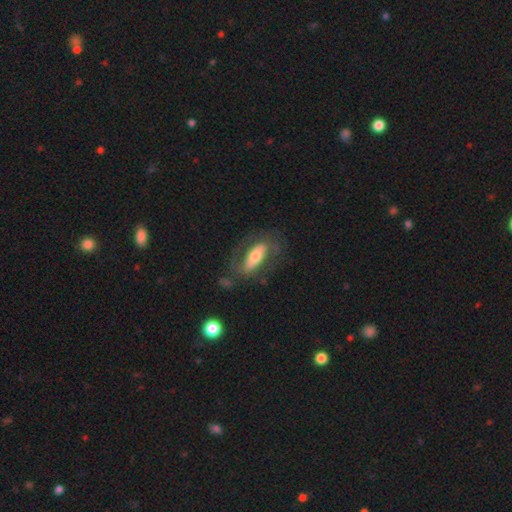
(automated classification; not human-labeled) smooth_or_featured: featured or disk (p=0.56) [alt: smooth p=0.37]
disk_edge_on: no (p=0.80) [alt: yes p=0.20]
merging: none (p=0.61) [alt: minor disturbance p=0.19]